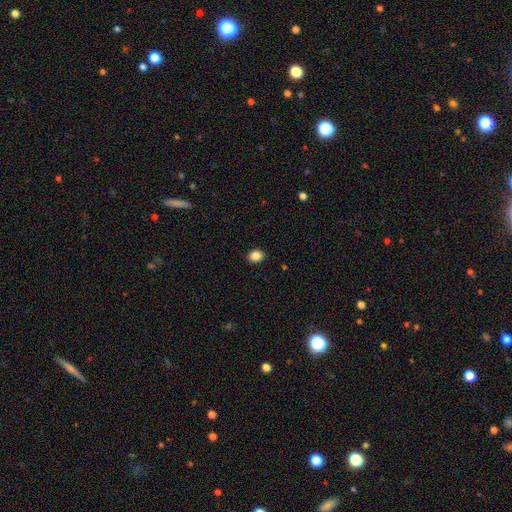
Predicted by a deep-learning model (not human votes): Smooth or featured? Predicted: smooth (p=0.86). How rounded? Predicted: round (p=0.60). Merging? Predicted: none (p=0.91).